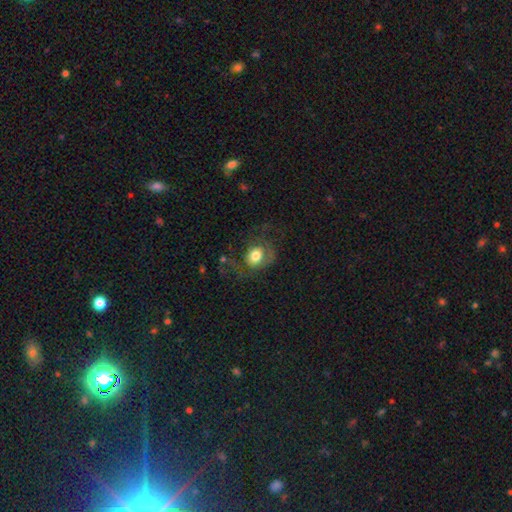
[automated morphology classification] smooth-or-featured: smooth: 65% | featured or disk: 26% | star or artifact: 9%
  how-rounded: round: 61% | in between: 38% | cigar-shaped: 1%
  merging: none: 44% | major disturbance: 32% | minor disturbance: 21% | merger: 2%